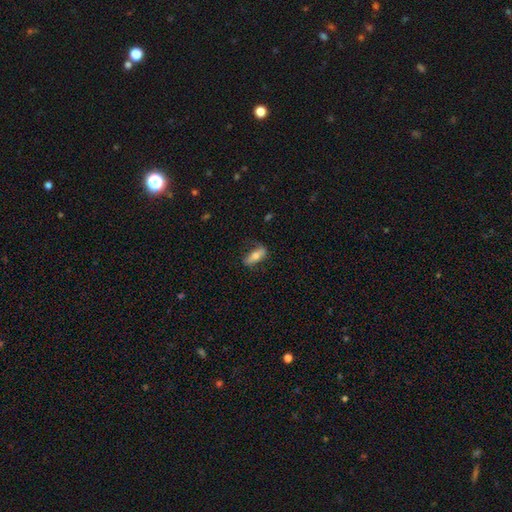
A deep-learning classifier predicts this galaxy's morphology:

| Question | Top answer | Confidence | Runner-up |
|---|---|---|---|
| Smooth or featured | smooth | 56% | featured or disk (38%) |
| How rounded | in between | 62% | cigar-shaped (34%) |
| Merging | none | 68% | minor disturbance (22%) |